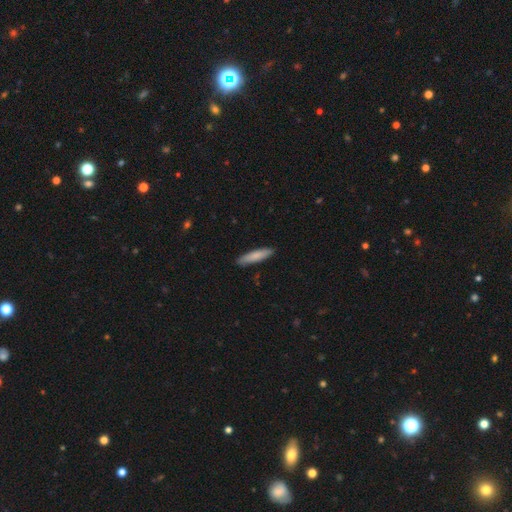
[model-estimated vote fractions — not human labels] Q: Smooth or featured?
A: smooth (81%); runner-up: featured or disk (14%)
Q: How rounded?
A: cigar-shaped (84%); runner-up: in between (15%)
Q: Merging?
A: none (88%); runner-up: minor disturbance (9%)